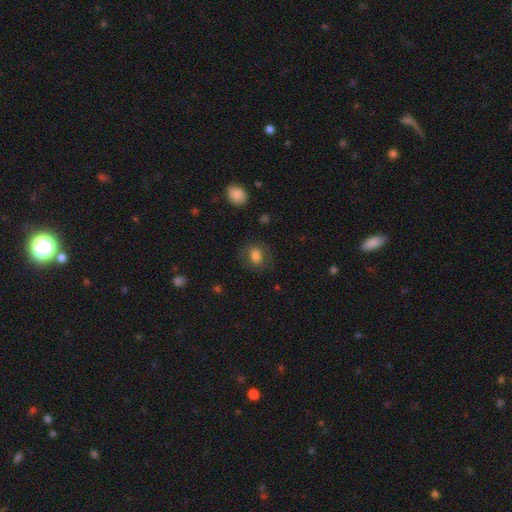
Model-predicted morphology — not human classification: This is likely a smooth galaxy (74%). How rounded: possibly round (54%). Merging: likely none (77%).